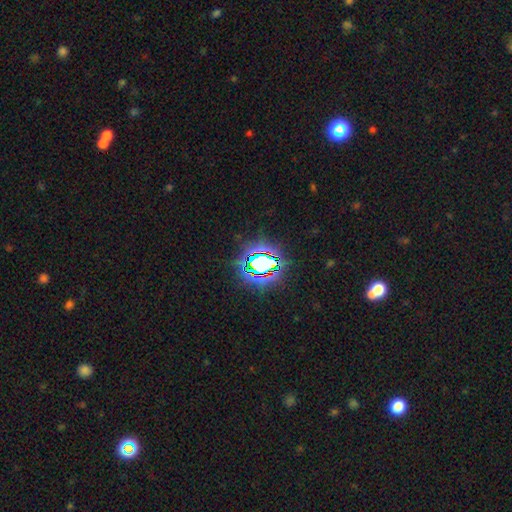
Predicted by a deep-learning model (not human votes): Smooth or featured? star or artifact (74%)